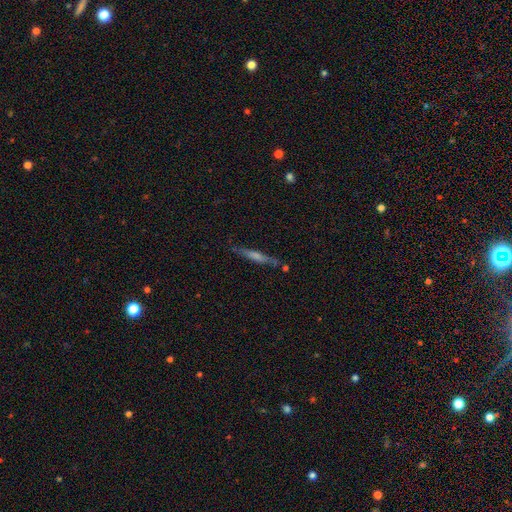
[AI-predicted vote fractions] A featured or disk galaxy (66%) viewed edge-on (94%) with a rounded central bulge (76%).

Vote fractions:
- Smooth or featured? featured or disk: 66% / smooth: 21% / star or artifact: 12%
- Edge-on disk? yes: 94% / no: 6%
- Edge-on bulge? rounded: 76% / none: 14% / boxy: 10%
- Merging? none: 84% / minor disturbance: 11% / major disturbance: 3% / merger: 2%